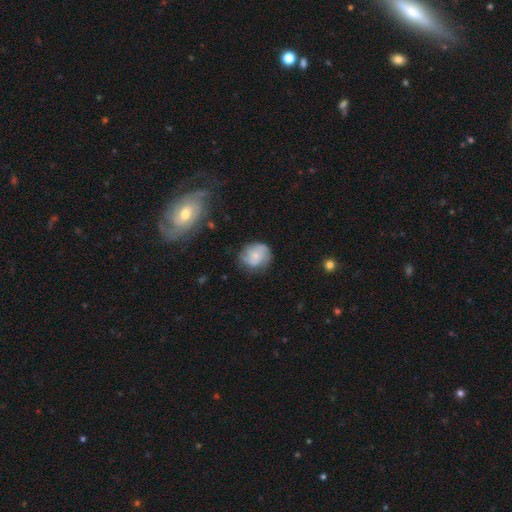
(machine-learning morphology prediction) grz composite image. It shows a featured or disk galaxy (51%). Merging: none (67%).